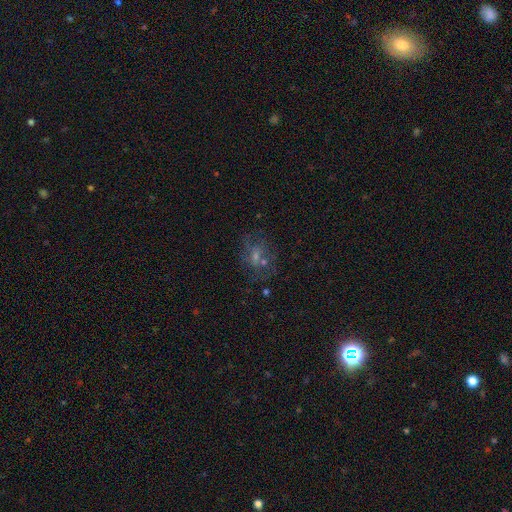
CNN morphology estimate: smooth-or-featured: featured or disk: 39% | star or artifact: 31% | smooth: 30%
  merging: none: 59% | minor disturbance: 17% | major disturbance: 15% | merger: 9%